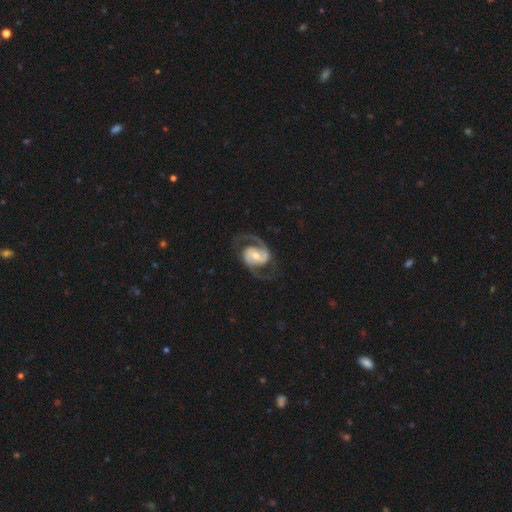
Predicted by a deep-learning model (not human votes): The model was most divided on "bar": no: 48%, weak: 35%, strong: 17%. More confident: edge-on disk — no (98%); spiral arms — yes (97%); spiral arm count — 2 (93%); smooth or featured — featured or disk (90%); merging — none (76%); bulge size — moderate (62%); spiral winding — medium (55%).